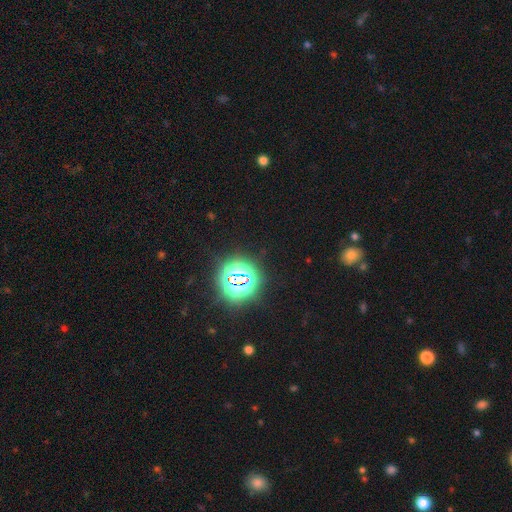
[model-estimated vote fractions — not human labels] smooth_or_featured: star or artifact (p=0.79) [alt: smooth p=0.16]